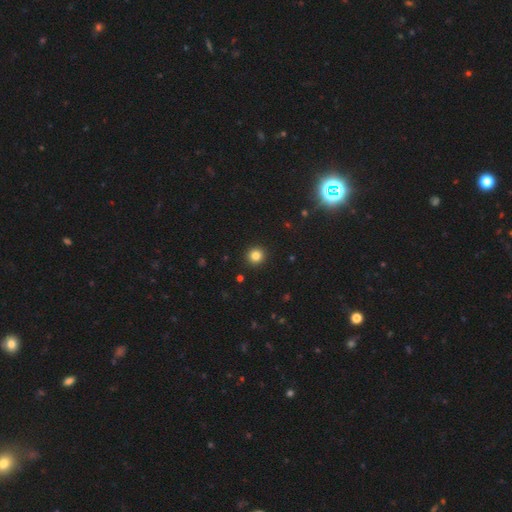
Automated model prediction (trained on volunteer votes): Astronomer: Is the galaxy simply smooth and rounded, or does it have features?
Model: smooth — 83%.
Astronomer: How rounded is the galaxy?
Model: round — 95%.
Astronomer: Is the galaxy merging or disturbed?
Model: none — 93%.